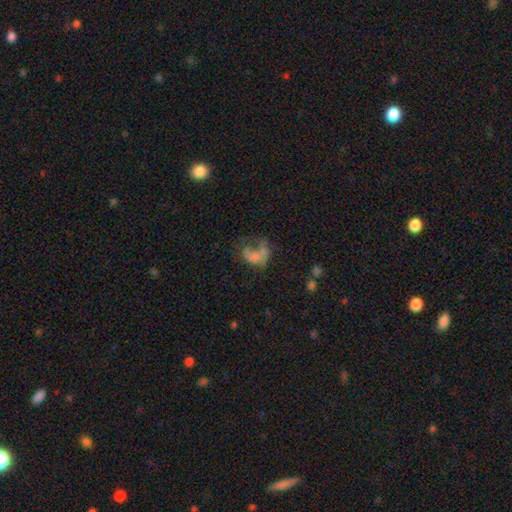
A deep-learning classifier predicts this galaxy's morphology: A smooth galaxy with no disk features (46%). Merging: major disturbance (45%).